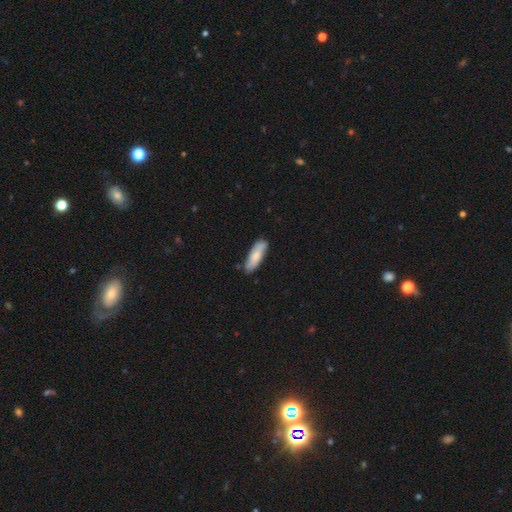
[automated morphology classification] A smooth galaxy with no disk features (75%) that is cigar-shaped (50%).

Vote fractions:
- Smooth or featured? smooth: 75% / featured or disk: 20% / star or artifact: 6%
- How rounded? cigar-shaped: 50% / in between: 49% / round: 2%
- Merging? none: 71% / minor disturbance: 22% / major disturbance: 4% / merger: 4%